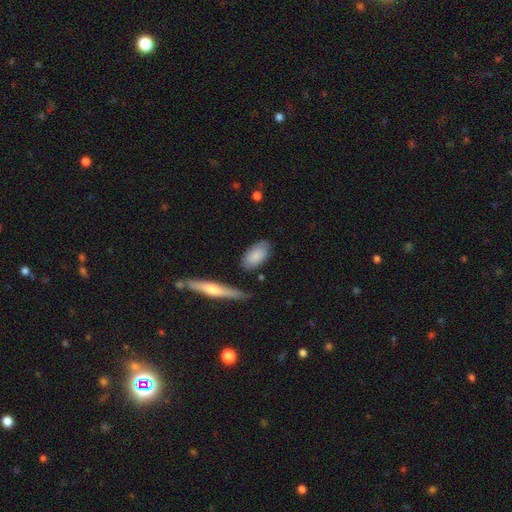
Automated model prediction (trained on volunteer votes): Smooth or featured? Predicted: smooth (p=0.80). How rounded? Predicted: in between (p=0.92). Merging? Predicted: none (p=0.74).